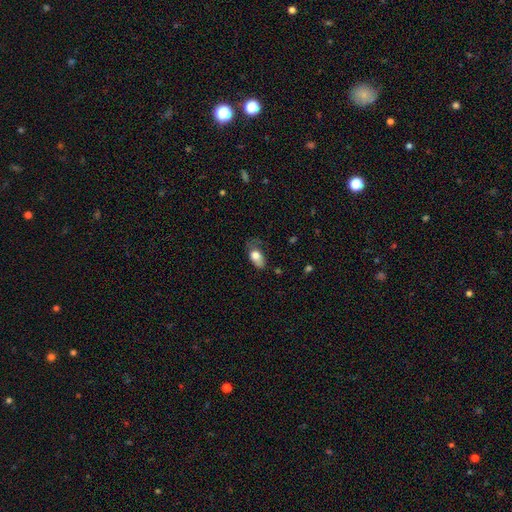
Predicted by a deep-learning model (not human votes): A smooth galaxy with no disk features (73%) that is in between round and cigar-shaped (89%).

Vote fractions:
- Smooth or featured? smooth: 73% / featured or disk: 20% / star or artifact: 7%
- How rounded? in between: 89% / round: 8% / cigar-shaped: 3%
- Merging? minor disturbance: 34% / major disturbance: 33% / none: 31% / merger: 3%